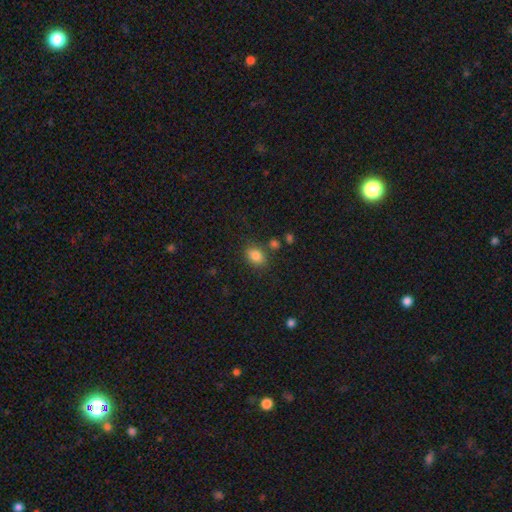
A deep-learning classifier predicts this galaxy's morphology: type=smooth (83%); roundness=in between (69%); merging=none (76%).